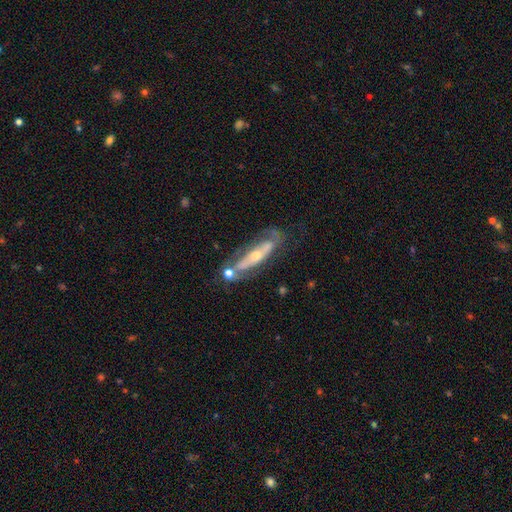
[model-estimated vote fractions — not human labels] Smooth or featured? Predicted: featured or disk (p=0.73). Edge-on disk? Predicted: no (p=0.63). Merging? Predicted: none (p=0.56).